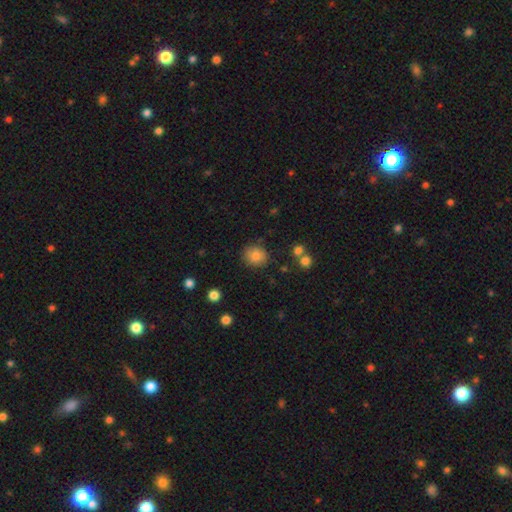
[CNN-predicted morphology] This is clearly a smooth galaxy (82%). How rounded: likely round (75%). Merging: clearly none (84%).